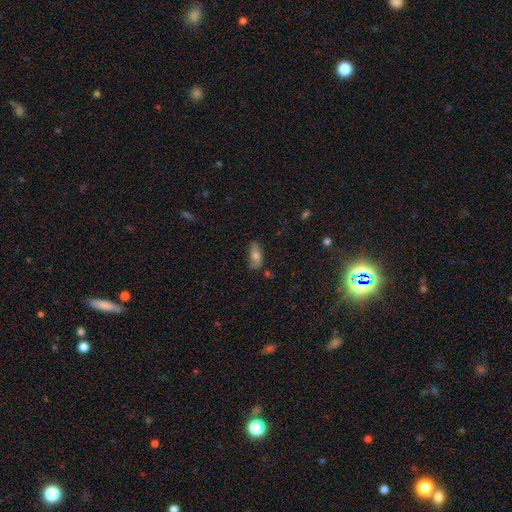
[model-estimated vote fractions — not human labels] Morphology: type=smooth (65%); roundness=in between (81%); merging=none (73%).